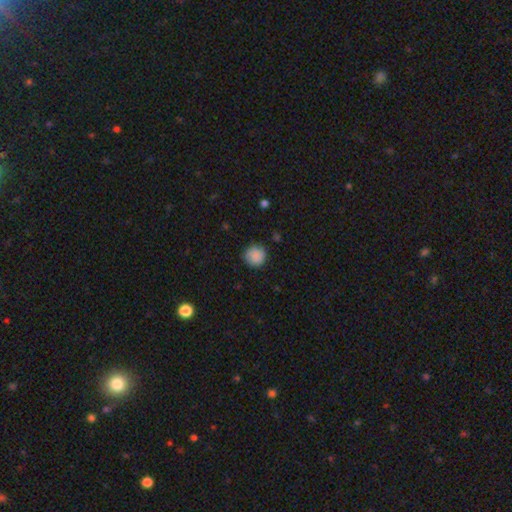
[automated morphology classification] This appears to be a smooth galaxy with no disk features (85%) that is round (91%). Merging: none (81%).